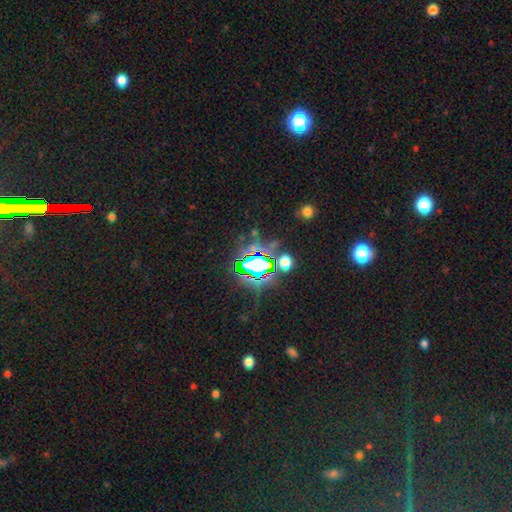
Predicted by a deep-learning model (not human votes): Smooth or featured: star or artifact — 74% (smooth — 16%)